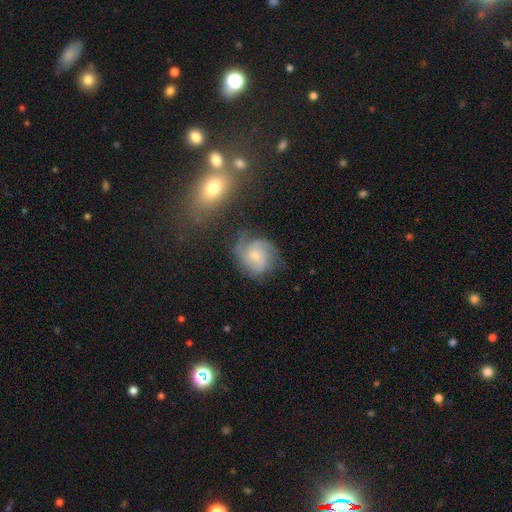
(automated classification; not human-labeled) Smooth or featured? featured or disk (69%)
Edge-on disk? no (98%)
Bar? no (74%)
Spiral arms? yes (92%)
Spiral winding? medium (43%)
Spiral arm count? 3 (39%)
Bulge size? small (59%)
Merging? none (60%)